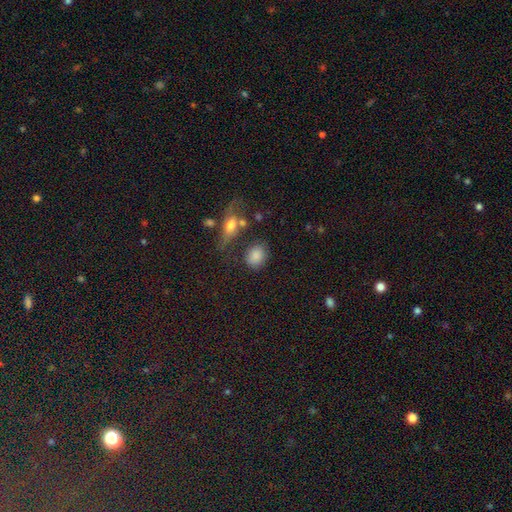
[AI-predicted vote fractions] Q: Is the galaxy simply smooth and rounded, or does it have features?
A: smooth — 83%.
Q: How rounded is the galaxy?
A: in between — 53%.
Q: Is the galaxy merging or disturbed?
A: none — 70%.